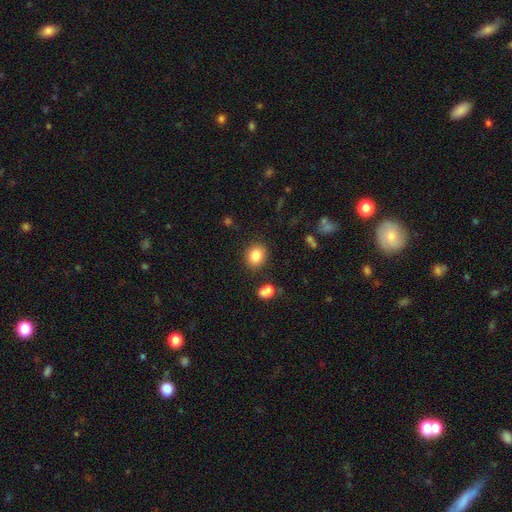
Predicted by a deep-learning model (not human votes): A smooth galaxy with no disk features (84%) that is round (63%).

Vote fractions:
- Smooth or featured? smooth: 84% / star or artifact: 10% / featured or disk: 6%
- How rounded? round: 63% / in between: 36% / cigar-shaped: 1%
- Merging? none: 85% / minor disturbance: 9% / merger: 4% / major disturbance: 3%